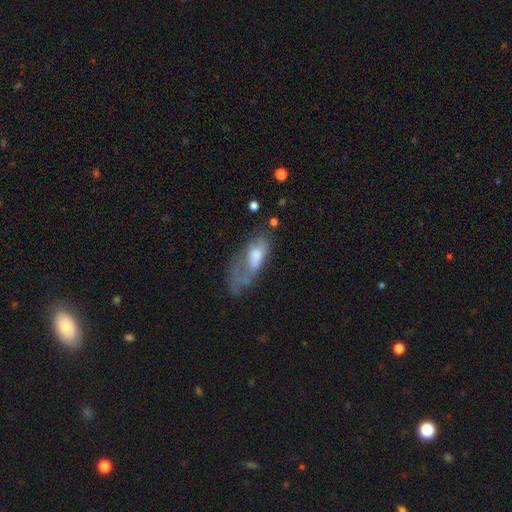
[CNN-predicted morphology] A smooth galaxy with no disk features (54%) that is in between round and cigar-shaped (72%). Merging: major disturbance (43%).